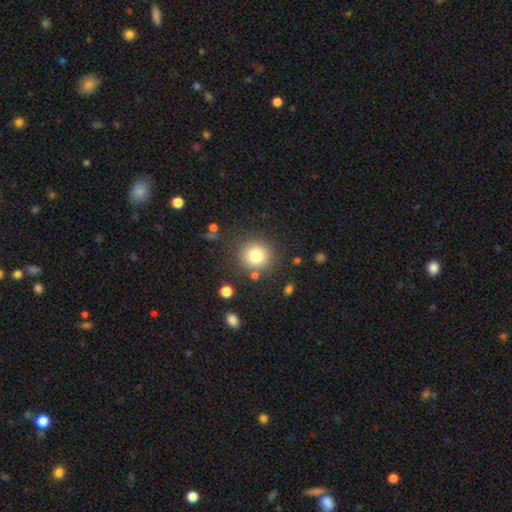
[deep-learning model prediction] Overall: smooth (80%). How rounded: round (91%). Merging: none (82%).